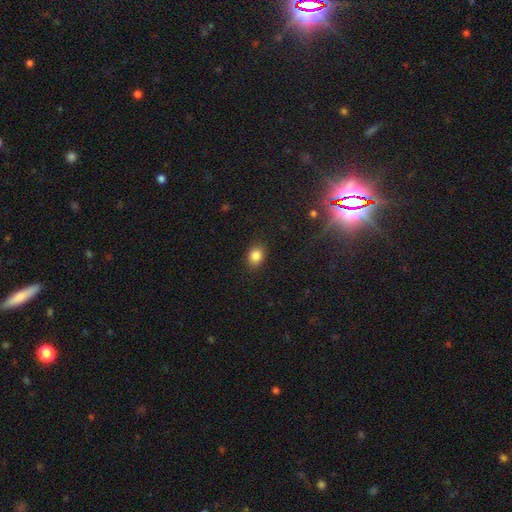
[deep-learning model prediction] smooth 85%, star or artifact 10%, featured or disk 5%. Down the decision tree: how rounded — in between (50%); merging — none (88%).